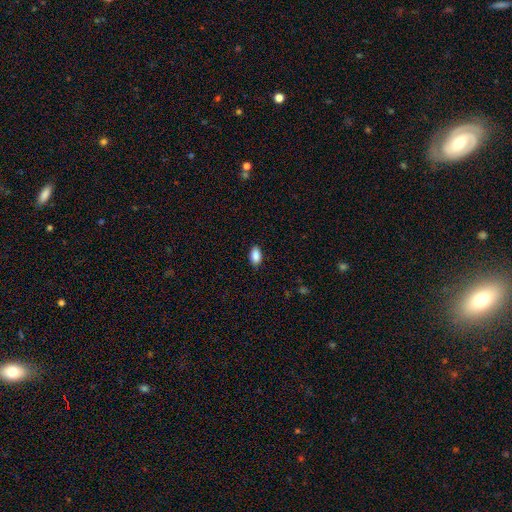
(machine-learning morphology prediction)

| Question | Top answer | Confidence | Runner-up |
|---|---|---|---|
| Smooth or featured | smooth | 89% | star or artifact (7%) |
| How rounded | in between | 92% | round (6%) |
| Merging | none | 89% | minor disturbance (8%) |